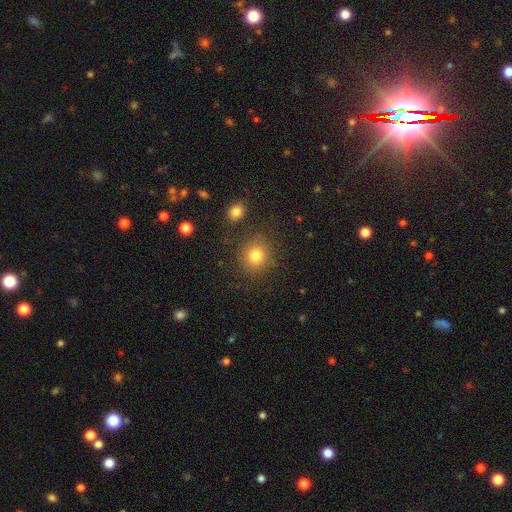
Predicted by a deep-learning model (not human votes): A smooth galaxy with no disk features (80%) that is round (84%).

Vote fractions:
- Smooth or featured? smooth: 80% / star or artifact: 12% / featured or disk: 7%
- How rounded? round: 84% / in between: 15% / cigar-shaped: 1%
- Merging? none: 82% / minor disturbance: 11% / major disturbance: 4% / merger: 3%